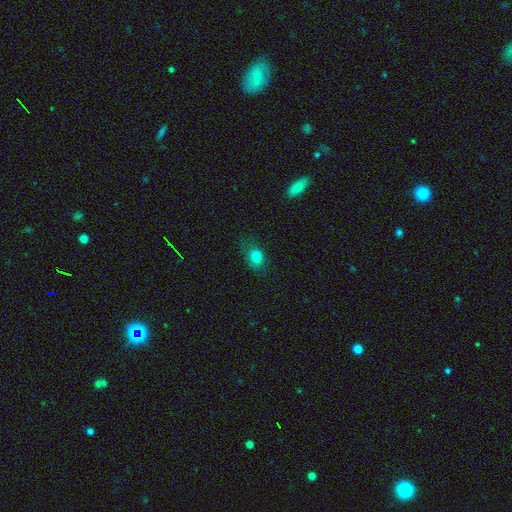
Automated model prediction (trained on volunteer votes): This appears to be a smooth galaxy with no disk features (80%) that is in between round and cigar-shaped (70%). Merging: none (69%).